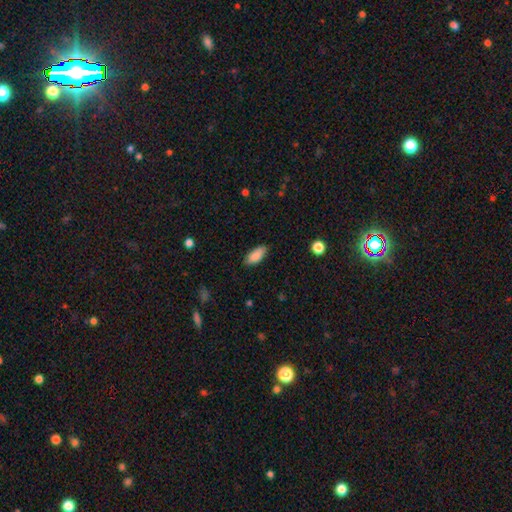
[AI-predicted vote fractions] Morphology: type=smooth (87%); roundness=in between (84%); merging=none (82%).